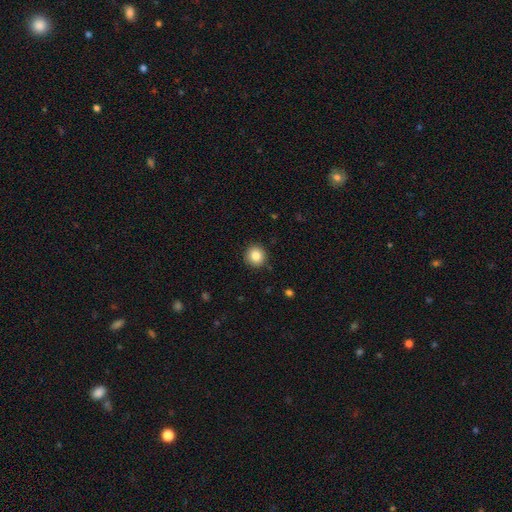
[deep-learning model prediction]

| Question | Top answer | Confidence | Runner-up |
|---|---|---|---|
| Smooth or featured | smooth | 84% | star or artifact (9%) |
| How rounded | round | 94% | in between (5%) |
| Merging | none | 91% | minor disturbance (6%) |